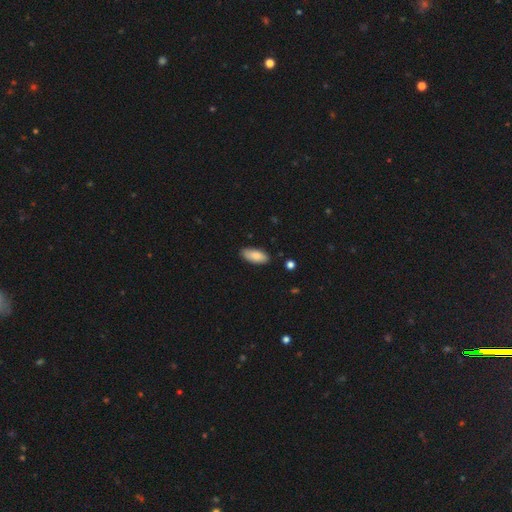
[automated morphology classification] Smooth or featured? smooth (86%)
How rounded? in between (87%)
Merging? none (85%)